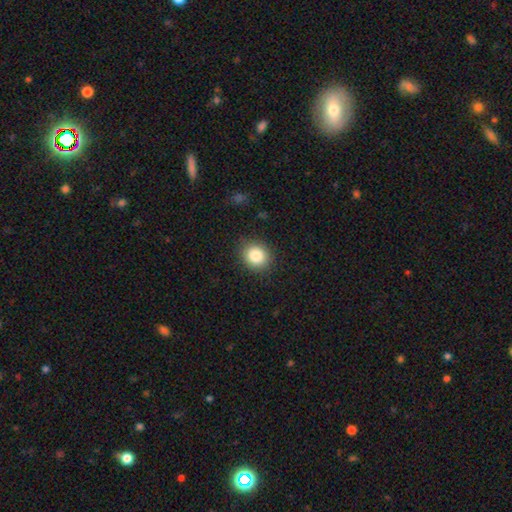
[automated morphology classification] Smooth or featured: smooth — 85% (star or artifact — 9%)
How rounded: round — 82% (in between — 17%)
Merging: none — 89% (minor disturbance — 8%)